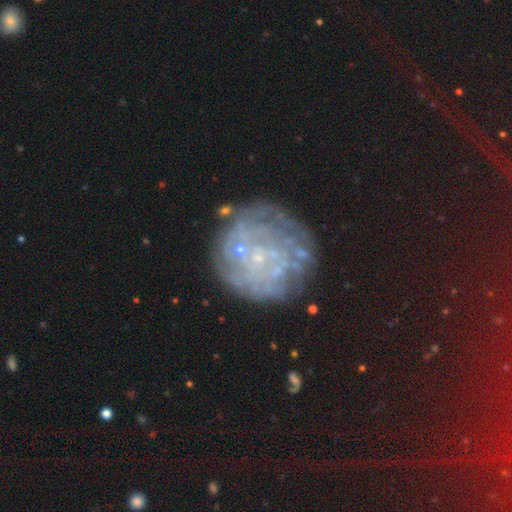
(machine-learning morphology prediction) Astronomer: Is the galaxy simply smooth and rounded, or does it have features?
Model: featured or disk — 62%.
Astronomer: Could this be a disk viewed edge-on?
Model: no — 97%.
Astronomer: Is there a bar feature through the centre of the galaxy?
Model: no — 76%.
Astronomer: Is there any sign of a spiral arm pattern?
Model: yes — 64%.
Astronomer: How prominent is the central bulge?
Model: small — 73%.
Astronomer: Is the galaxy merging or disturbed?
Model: none — 70%.